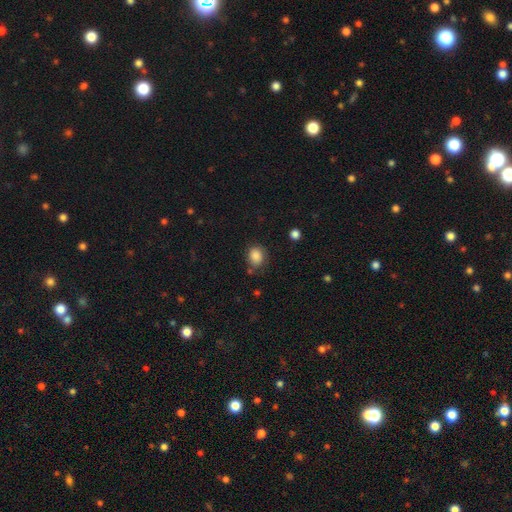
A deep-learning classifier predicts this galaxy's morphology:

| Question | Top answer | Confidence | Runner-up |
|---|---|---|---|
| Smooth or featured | smooth | 86% | star or artifact (9%) |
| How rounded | in between | 50% | round (49%) |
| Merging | none | 70% | minor disturbance (20%) |